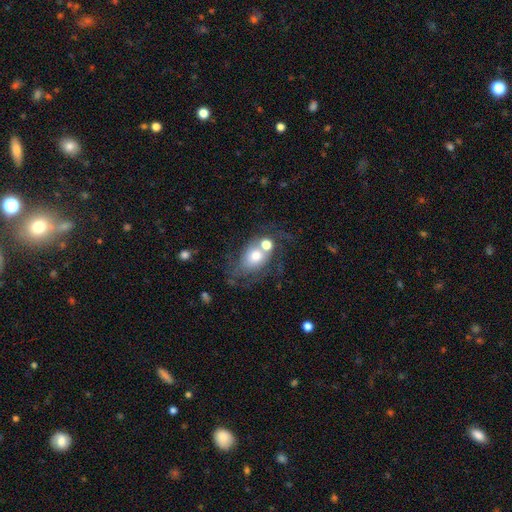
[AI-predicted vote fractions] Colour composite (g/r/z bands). It shows a smooth galaxy with no disk features (47%). Merging: merger (36%).